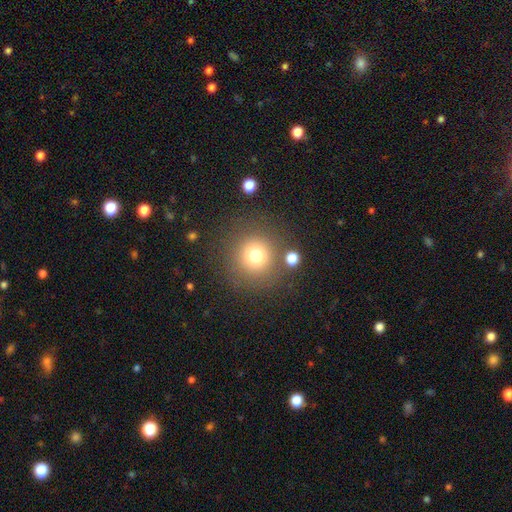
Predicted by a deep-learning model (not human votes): Smooth or featured: smooth — 74% (star or artifact — 15%)
How rounded: round — 94% (in between — 5%)
Merging: none — 80% (minor disturbance — 9%)